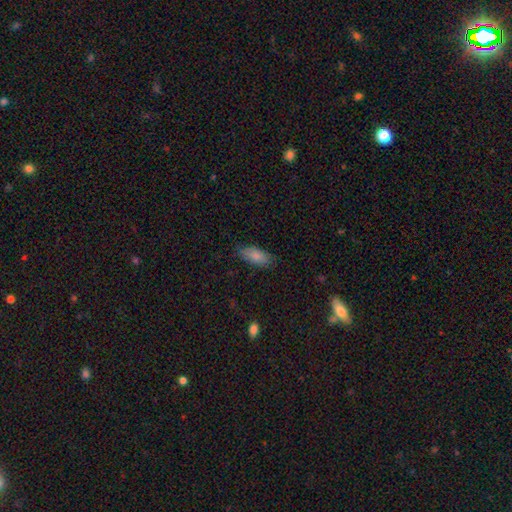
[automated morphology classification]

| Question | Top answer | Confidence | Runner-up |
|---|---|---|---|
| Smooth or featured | smooth | 85% | featured or disk (9%) |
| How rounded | in between | 84% | cigar-shaped (14%) |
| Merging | none | 82% | minor disturbance (14%) |